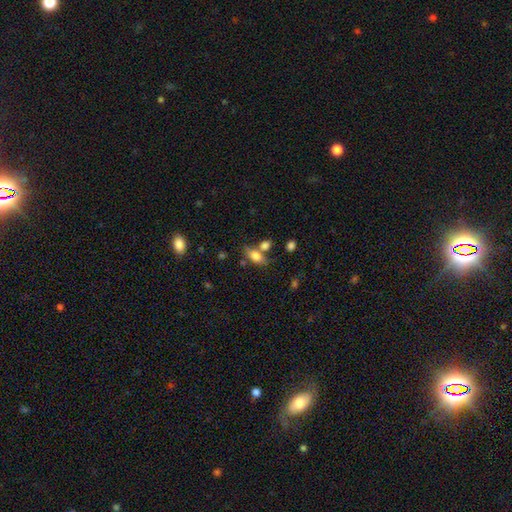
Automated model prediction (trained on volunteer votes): Q: Smooth or featured?
A: smooth (76%); runner-up: featured or disk (15%)
Q: How rounded?
A: in between (83%); runner-up: cigar-shaped (11%)
Q: Merging?
A: none (55%); runner-up: merger (25%)